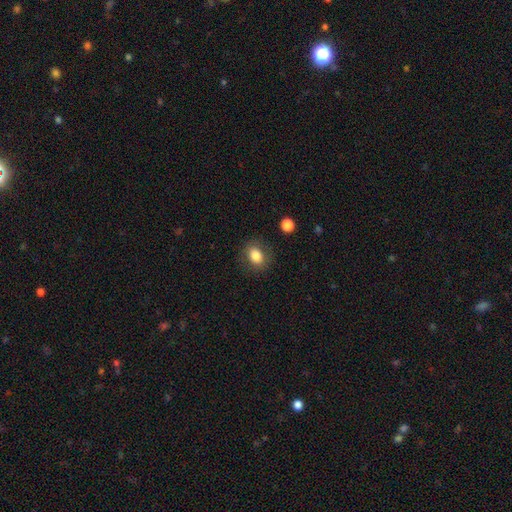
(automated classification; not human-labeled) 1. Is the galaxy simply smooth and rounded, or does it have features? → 82% smooth, 9% star or artifact, 9% featured or disk.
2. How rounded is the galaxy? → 50% in between, 49% round, 1% cigar-shaped.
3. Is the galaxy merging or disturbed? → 83% none, 11% minor disturbance, 4% major disturbance, 1% merger.